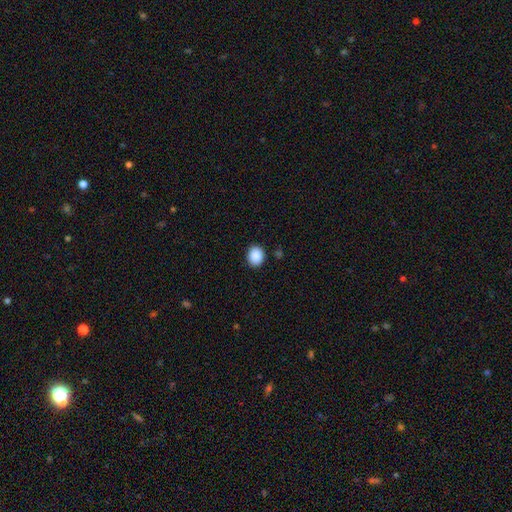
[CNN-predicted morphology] This is clearly a smooth galaxy (90%). How rounded: likely round (62%). Merging: clearly none (89%).